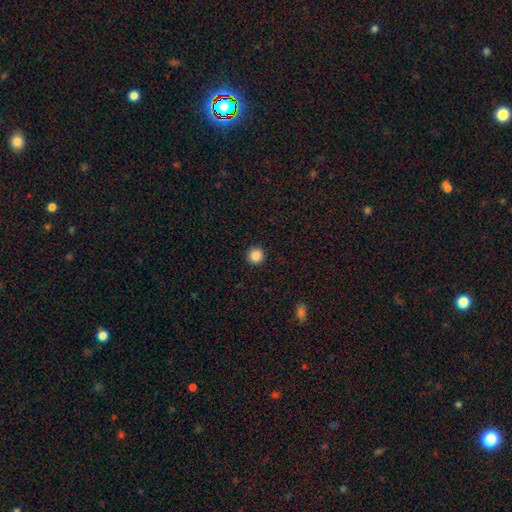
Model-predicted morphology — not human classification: This appears to be a smooth galaxy with no disk features (87%) that is round (96%). Merging: none (93%).